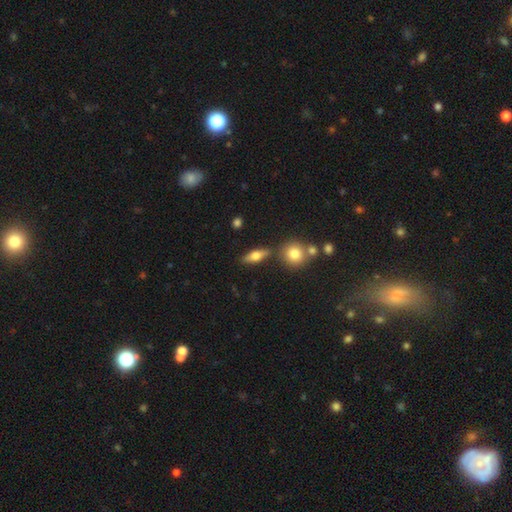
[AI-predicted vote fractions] Q: Smooth or featured?
A: smooth (54%); runner-up: featured or disk (38%)
Q: How rounded?
A: in between (58%); runner-up: cigar-shaped (33%)
Q: Merging?
A: none (77%); runner-up: minor disturbance (11%)